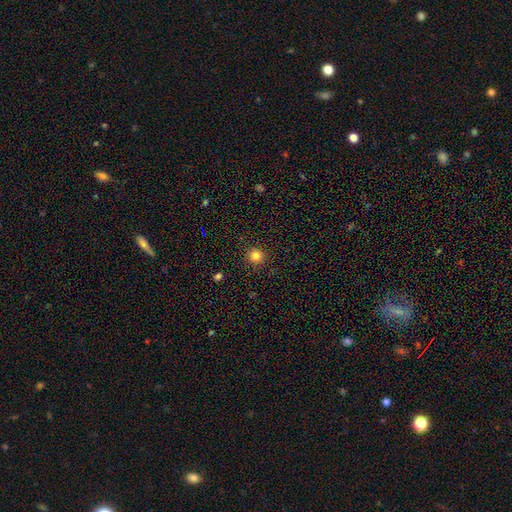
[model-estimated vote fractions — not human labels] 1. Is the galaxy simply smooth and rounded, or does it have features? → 82% smooth, 13% star or artifact, 5% featured or disk.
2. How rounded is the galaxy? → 94% round, 5% in between, 1% cigar-shaped.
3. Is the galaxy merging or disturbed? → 92% none, 5% minor disturbance, 2% major disturbance, 1% merger.